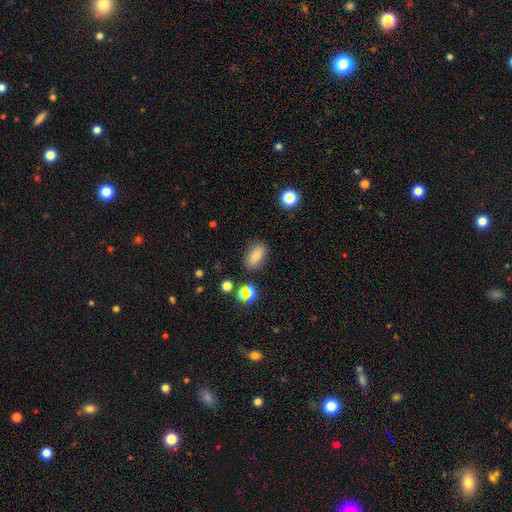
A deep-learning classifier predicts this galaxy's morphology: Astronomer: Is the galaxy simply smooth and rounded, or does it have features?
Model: smooth — 77%.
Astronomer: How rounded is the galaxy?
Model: in between — 85%.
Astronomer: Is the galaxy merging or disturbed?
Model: none — 81%.